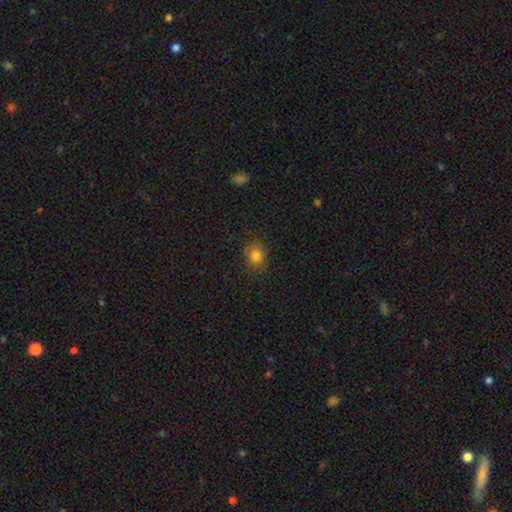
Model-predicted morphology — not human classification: This is clearly a smooth galaxy (80%). How rounded: likely round (65%). Merging: likely none (78%).